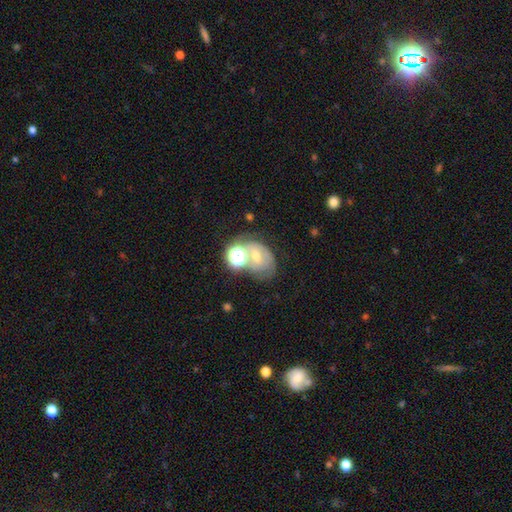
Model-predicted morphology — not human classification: Smooth or featured: featured or disk — 46% (smooth — 28%)
Merging: none — 42% (merger — 25%)